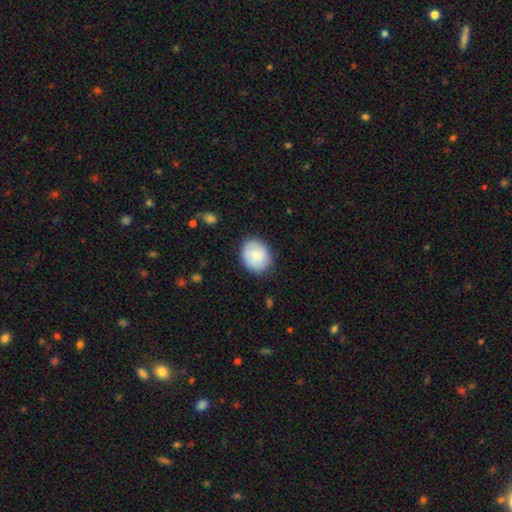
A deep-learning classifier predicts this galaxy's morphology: smooth-or-featured: smooth: 71% | featured or disk: 23% | star or artifact: 6%
  how-rounded: round: 53% | in between: 46% | cigar-shaped: 1%
  merging: none: 83% | minor disturbance: 13% | major disturbance: 3% | merger: 1%